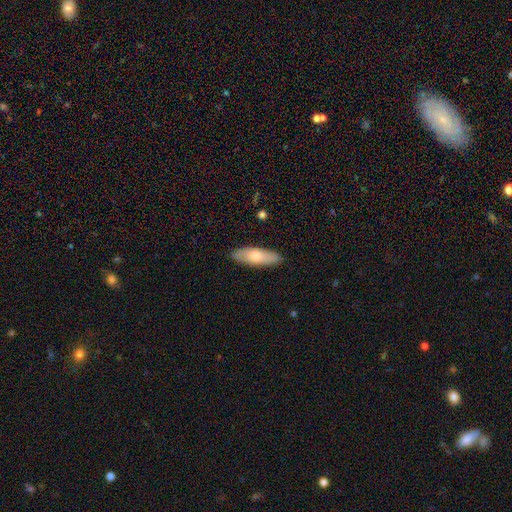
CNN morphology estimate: smooth 66%, featured or disk 28%, star or artifact 6%. Down the decision tree: how rounded — in between (61%); merging — none (89%).